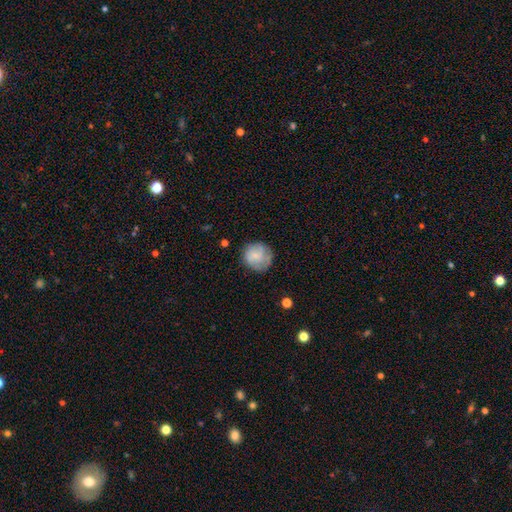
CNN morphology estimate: Smooth or featured: smooth — 70% (featured or disk — 22%)
How rounded: round — 88% (in between — 11%)
Merging: none — 68% (minor disturbance — 22%)